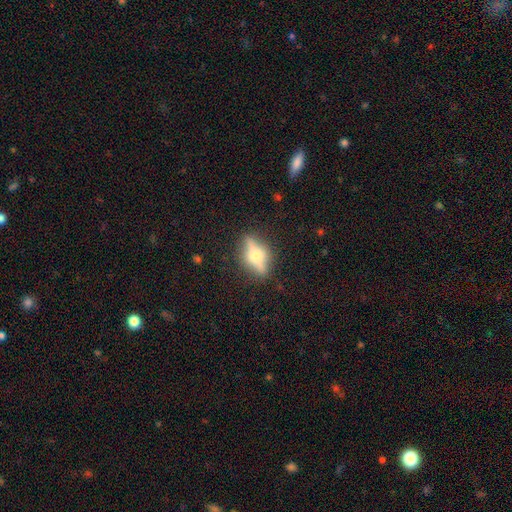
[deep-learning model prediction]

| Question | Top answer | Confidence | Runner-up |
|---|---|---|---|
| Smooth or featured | featured or disk | 63% | smooth (29%) |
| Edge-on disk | yes | 85% | no (15%) |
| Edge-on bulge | rounded | 95% | boxy (4%) |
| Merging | none | 81% | minor disturbance (12%) |